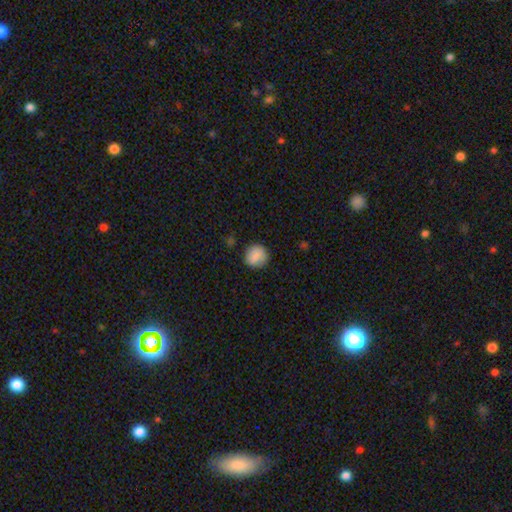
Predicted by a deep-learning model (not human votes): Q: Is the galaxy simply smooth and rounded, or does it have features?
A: smooth — 85%.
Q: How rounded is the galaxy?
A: round — 90%.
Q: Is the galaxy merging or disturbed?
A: none — 86%.